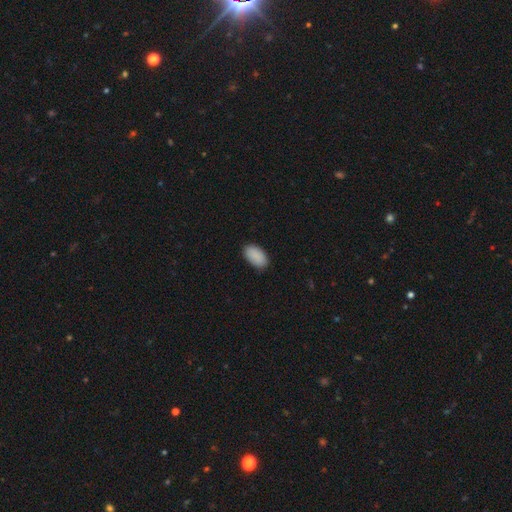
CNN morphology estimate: A smooth galaxy with no disk features (91%) that is in between round and cigar-shaped (95%).

Vote fractions:
- Smooth or featured? smooth: 91% / star or artifact: 6% / featured or disk: 3%
- How rounded? in between: 95% / round: 3% / cigar-shaped: 2%
- Merging? none: 87% / minor disturbance: 10% / major disturbance: 2% / merger: 1%